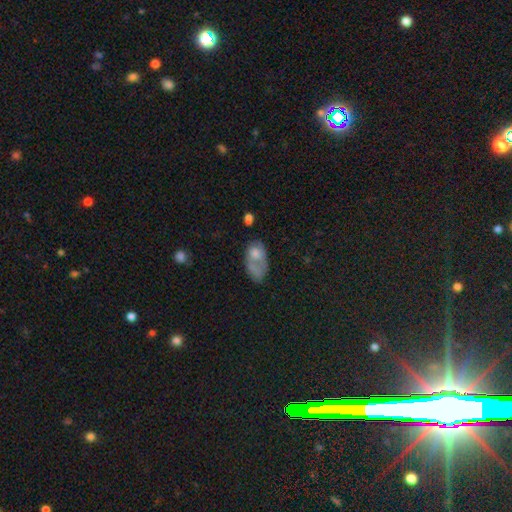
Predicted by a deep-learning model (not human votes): Smooth or featured?
  - smooth: 58% *
  - featured or disk: 32%
  - star or artifact: 10%
How rounded?
  - in between: 88% *
  - round: 9%
  - cigar-shaped: 3%
Merging?
  - major disturbance: 34% *
  - none: 28%
  - minor disturbance: 24%
  - merger: 14%